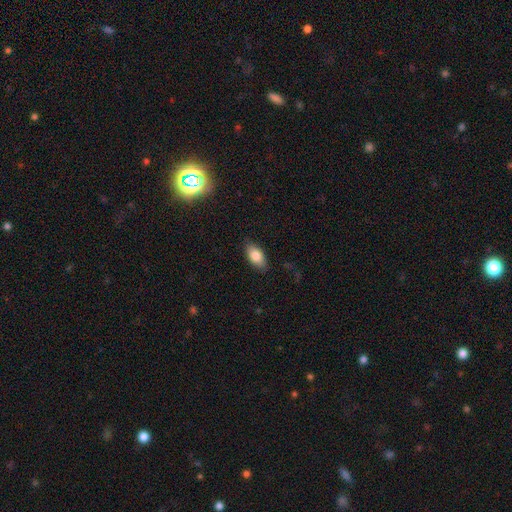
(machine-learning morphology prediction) Smooth or featured? smooth (83%)
How rounded? in between (91%)
Merging? none (85%)